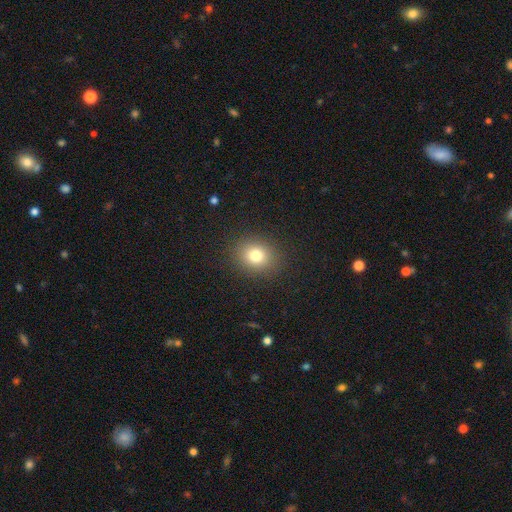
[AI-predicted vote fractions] smooth-or-featured: smooth: 78% | star or artifact: 13% | featured or disk: 8%
  how-rounded: round: 68% | in between: 31% | cigar-shaped: 1%
  merging: none: 88% | minor disturbance: 7% | major disturbance: 3% | merger: 1%